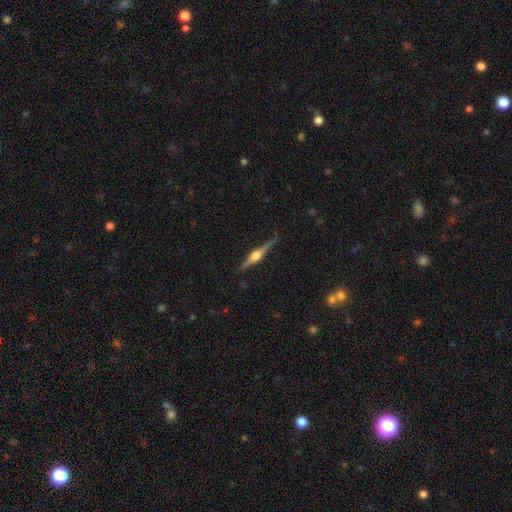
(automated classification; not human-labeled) Smooth or featured: featured or disk — 81% (smooth — 13%)
Edge-on disk: yes — 98% (no — 2%)
Edge-on bulge: rounded — 94% (boxy — 4%)
Merging: none — 85% (minor disturbance — 12%)